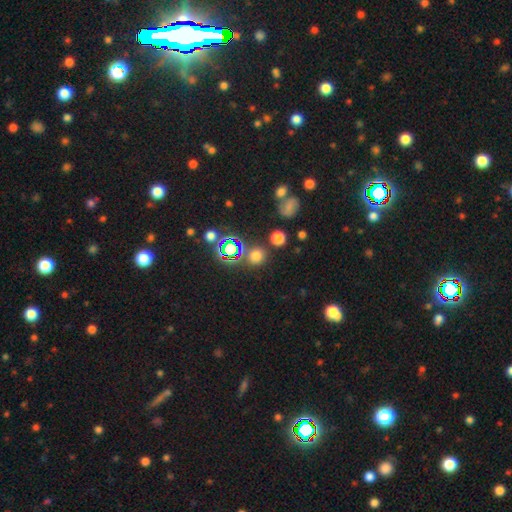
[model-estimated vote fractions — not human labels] Q: Smooth or featured?
A: smooth (65%); runner-up: star or artifact (29%)
Q: How rounded?
A: round (87%); runner-up: in between (11%)
Q: Merging?
A: none (79%); runner-up: merger (9%)